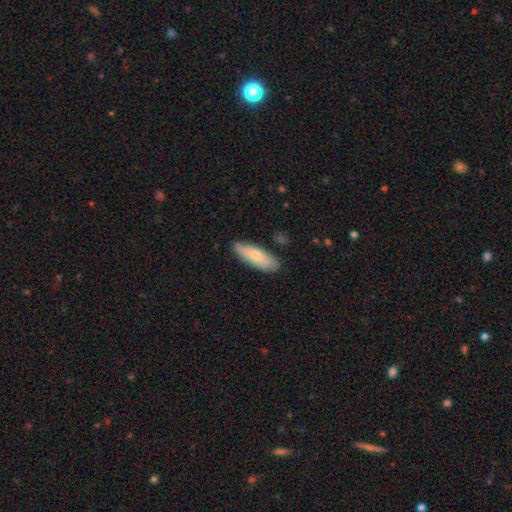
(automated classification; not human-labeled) A smooth galaxy with no disk features (68%) that is in between round and cigar-shaped (65%).

Vote fractions:
- Smooth or featured? smooth: 68% / featured or disk: 26% / star or artifact: 5%
- How rounded? in between: 65% / cigar-shaped: 33% / round: 2%
- Merging? none: 80% / minor disturbance: 16% / major disturbance: 3% / merger: 2%